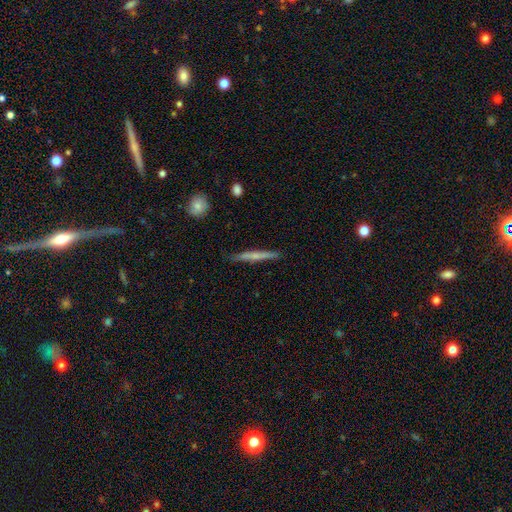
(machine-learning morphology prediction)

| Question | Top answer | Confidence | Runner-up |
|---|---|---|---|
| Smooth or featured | featured or disk | 53% | smooth (41%) |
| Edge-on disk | yes | 96% | no (4%) |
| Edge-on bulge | rounded | 47% | none (46%) |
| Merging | none | 87% | minor disturbance (10%) |